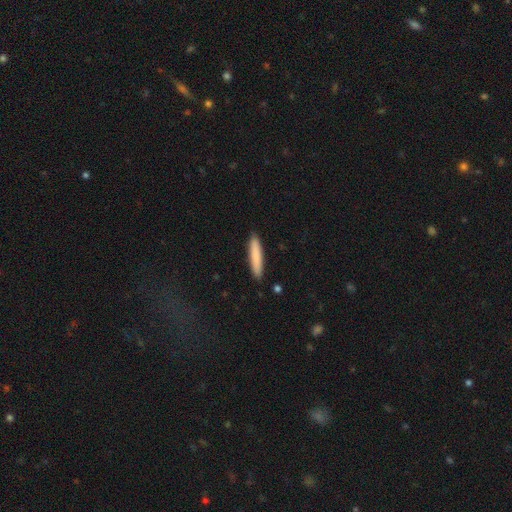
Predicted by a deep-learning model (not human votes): smooth 82%, featured or disk 12%, star or artifact 6%. Down the decision tree: how rounded — cigar-shaped (91%); merging — none (90%).